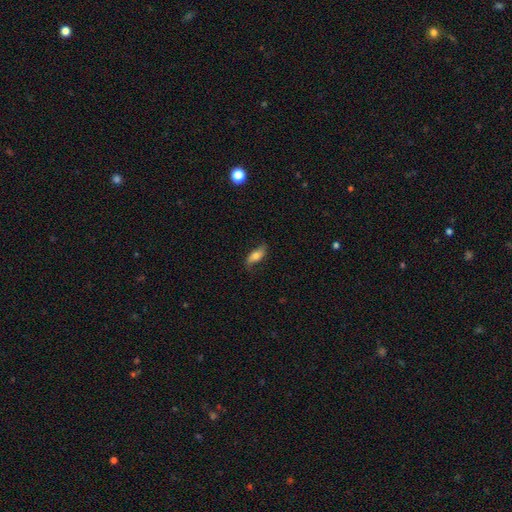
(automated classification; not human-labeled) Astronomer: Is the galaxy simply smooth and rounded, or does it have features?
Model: smooth — 59%.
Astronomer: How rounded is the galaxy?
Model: in between — 78%.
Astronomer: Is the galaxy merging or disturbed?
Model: none — 73%.